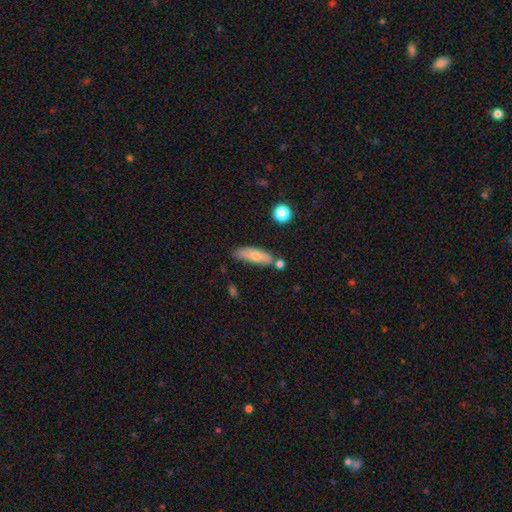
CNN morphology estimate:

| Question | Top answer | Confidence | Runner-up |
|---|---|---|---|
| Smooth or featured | smooth | 72% | featured or disk (21%) |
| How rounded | in between | 51% | cigar-shaped (46%) |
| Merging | none | 66% | minor disturbance (19%) |